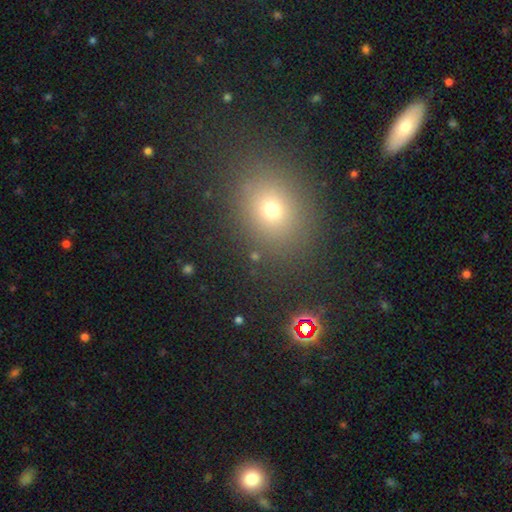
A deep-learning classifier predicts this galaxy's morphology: Smooth or featured?
  - smooth: 62% *
  - star or artifact: 28%
  - featured or disk: 10%
How rounded?
  - round: 61% *
  - in between: 37%
  - cigar-shaped: 2%
Merging?
  - none: 83% *
  - minor disturbance: 9%
  - merger: 5%
  - major disturbance: 4%